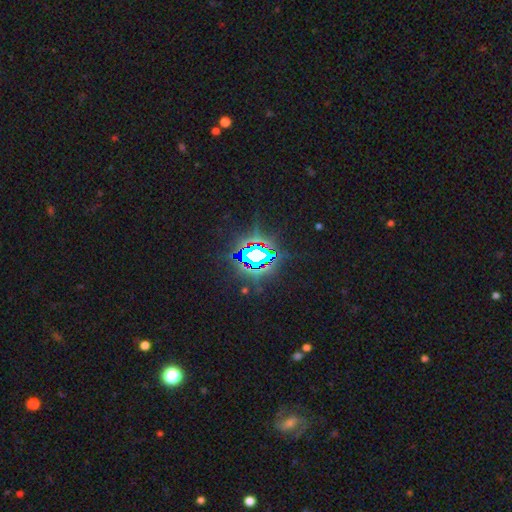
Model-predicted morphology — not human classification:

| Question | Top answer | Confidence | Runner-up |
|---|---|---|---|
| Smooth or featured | star or artifact | 79% | smooth (11%) |